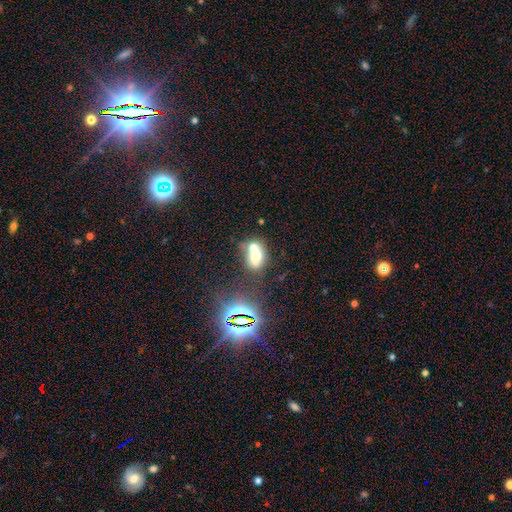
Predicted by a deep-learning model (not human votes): Overall: smooth (60%; featured or disk 25%). How rounded: in between (65%; round 33%). Merging: merger (60%; none 26%).